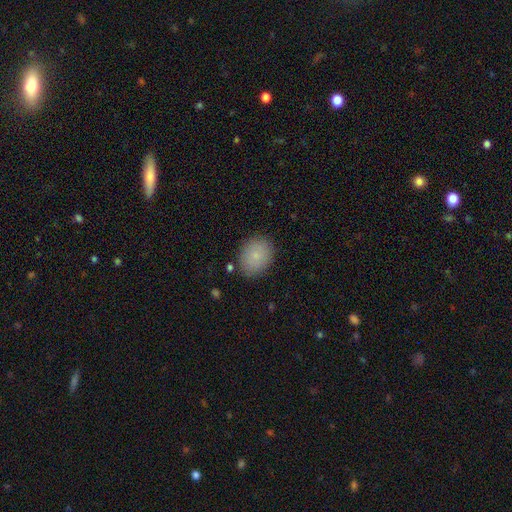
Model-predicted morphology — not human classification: This appears to be a smooth galaxy with no disk features (83%) that is in between round and cigar-shaped (58%). Merging: none (85%).